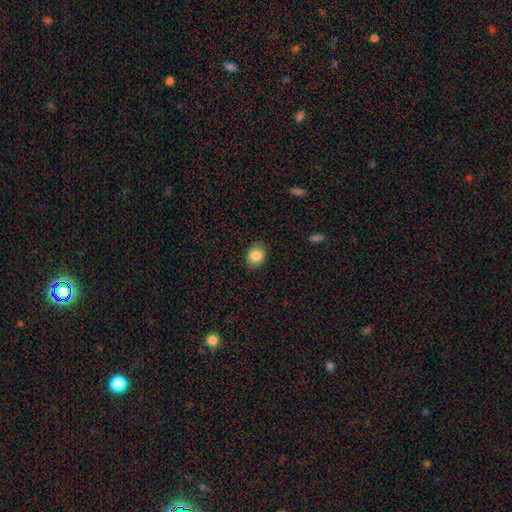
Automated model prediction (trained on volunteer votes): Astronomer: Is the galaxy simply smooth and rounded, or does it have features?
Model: smooth — 85%.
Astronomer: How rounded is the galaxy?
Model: in between — 55% (runner-up: round, 44%).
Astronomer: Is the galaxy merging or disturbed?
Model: none — 85%.